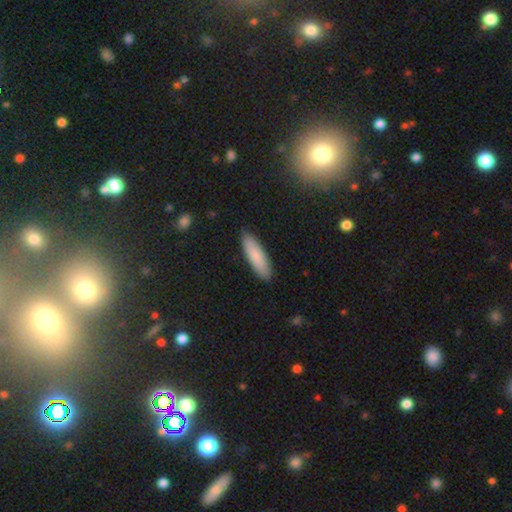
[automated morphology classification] Smooth or featured? smooth (84%)
How rounded? cigar-shaped (62%)
Merging? none (89%)